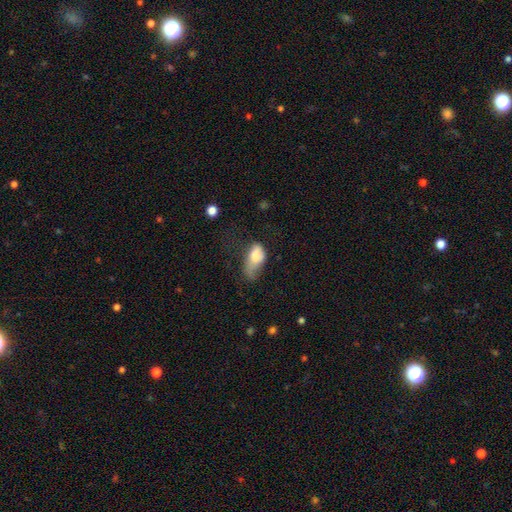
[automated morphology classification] A smooth galaxy with no disk features (73%) that is in between round and cigar-shaped (90%). Merging: major disturbance (46%).